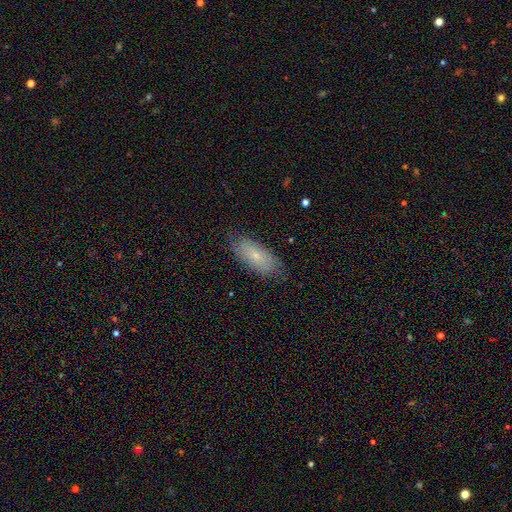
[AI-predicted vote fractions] Morphology: type=smooth (62%); roundness=in between (79%); merging=none (76%).